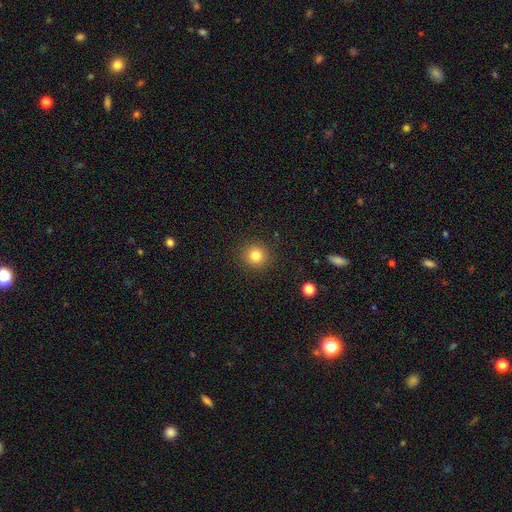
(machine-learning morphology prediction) Smooth or featured?
  - smooth: 82% *
  - star or artifact: 12%
  - featured or disk: 7%
How rounded?
  - round: 94% *
  - in between: 5%
  - cigar-shaped: 1%
Merging?
  - none: 91% *
  - minor disturbance: 6%
  - major disturbance: 2%
  - merger: 1%